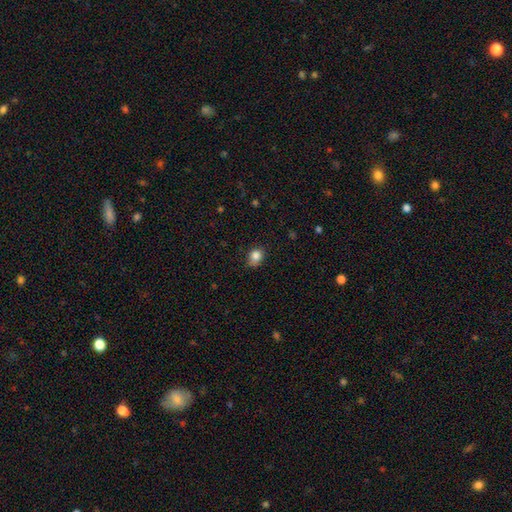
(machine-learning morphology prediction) smooth_or_featured: smooth (p=0.84) [alt: star or artifact p=0.10]
how_rounded: round (p=0.53) [alt: in between p=0.46]
merging: none (p=0.71) [alt: minor disturbance p=0.23]